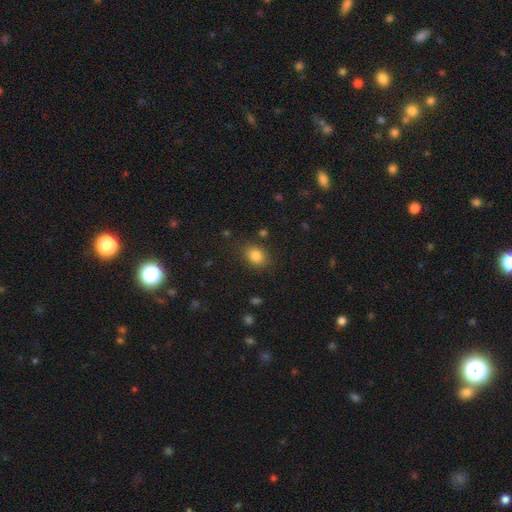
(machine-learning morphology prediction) This is clearly a smooth galaxy (83%). How rounded: possibly in between (58%). Merging: clearly none (83%).